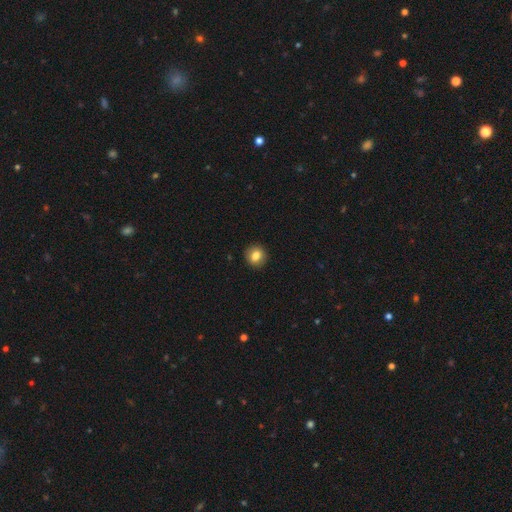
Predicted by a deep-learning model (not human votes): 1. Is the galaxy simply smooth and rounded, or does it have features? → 82% smooth, 9% star or artifact, 9% featured or disk.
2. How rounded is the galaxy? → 83% round, 16% in between, 1% cigar-shaped.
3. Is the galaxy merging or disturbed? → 91% none, 6% minor disturbance, 2% major disturbance, 1% merger.